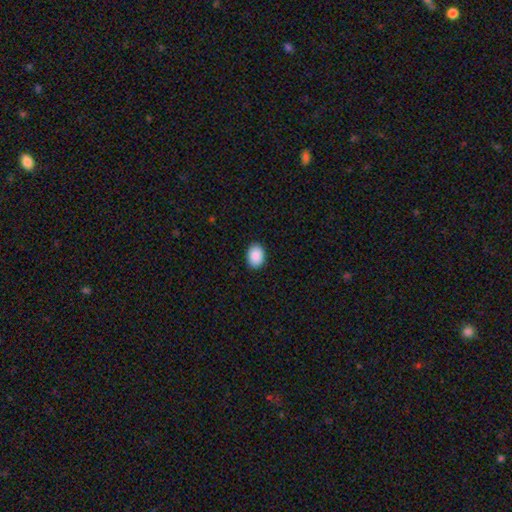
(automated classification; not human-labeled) Overall: smooth (91%). How rounded: in between (75%). Merging: none (90%).